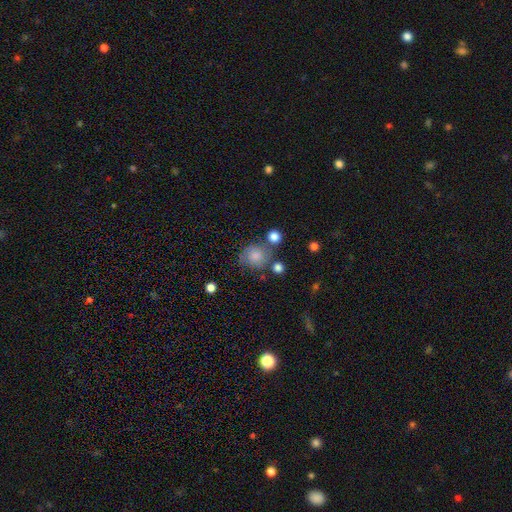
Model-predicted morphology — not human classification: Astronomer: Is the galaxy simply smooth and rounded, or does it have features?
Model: smooth — 74%.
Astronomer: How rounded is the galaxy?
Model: round — 76%.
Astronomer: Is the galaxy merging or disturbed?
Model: none — 58%.